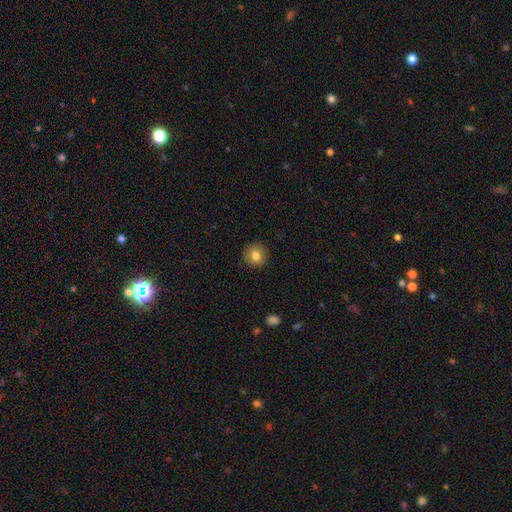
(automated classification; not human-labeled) Smooth or featured? Predicted: smooth (p=0.80). How rounded? Predicted: round (p=0.95). Merging? Predicted: none (p=0.92).